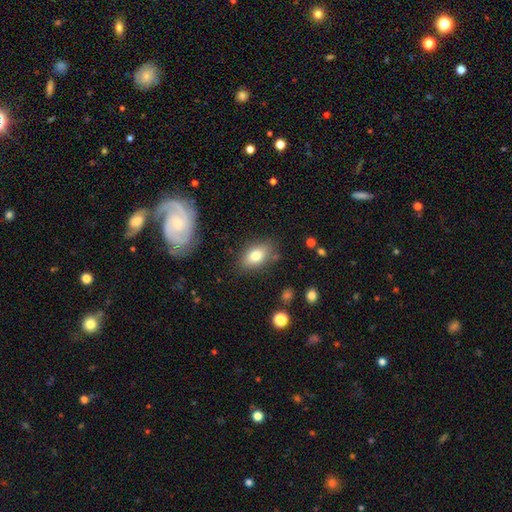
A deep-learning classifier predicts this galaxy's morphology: This is likely a smooth galaxy (77%). How rounded: clearly in between (88%). Merging: likely none (80%).